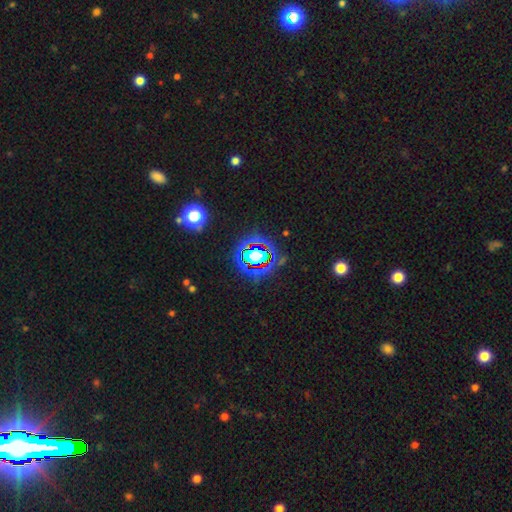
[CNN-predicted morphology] Smooth or featured? star or artifact (69%)